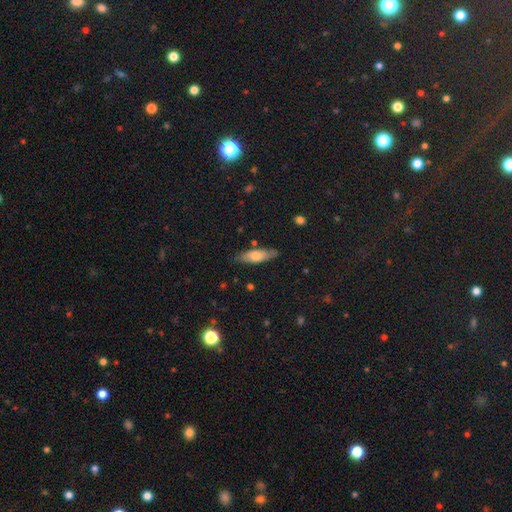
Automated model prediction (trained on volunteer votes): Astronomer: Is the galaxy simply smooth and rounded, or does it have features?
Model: smooth — 68%.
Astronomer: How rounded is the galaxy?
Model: in between — 54% (runner-up: cigar-shaped, 44%).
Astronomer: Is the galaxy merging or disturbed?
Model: none — 80%.